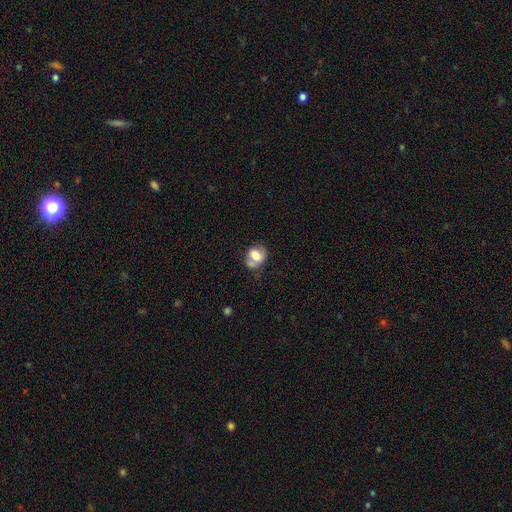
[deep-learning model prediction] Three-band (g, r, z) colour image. It shows a smooth galaxy with no disk features (65%) that is in between round and cigar-shaped (54%). Merging: none (40%).